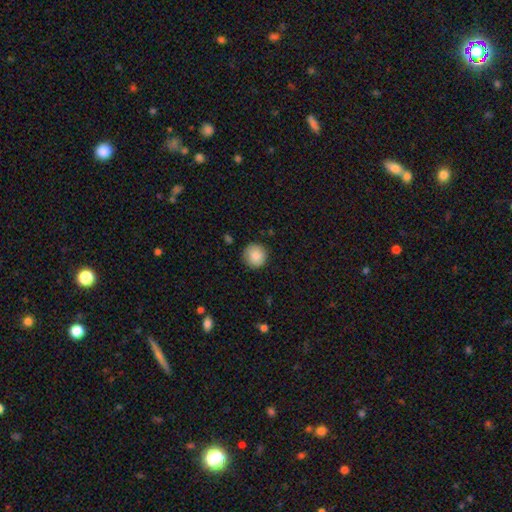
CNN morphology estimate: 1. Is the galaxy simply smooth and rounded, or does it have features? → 88% smooth, 8% star or artifact, 4% featured or disk.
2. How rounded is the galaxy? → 95% round, 4% in between, 1% cigar-shaped.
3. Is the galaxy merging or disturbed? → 89% none, 8% minor disturbance, 2% major disturbance, 1% merger.